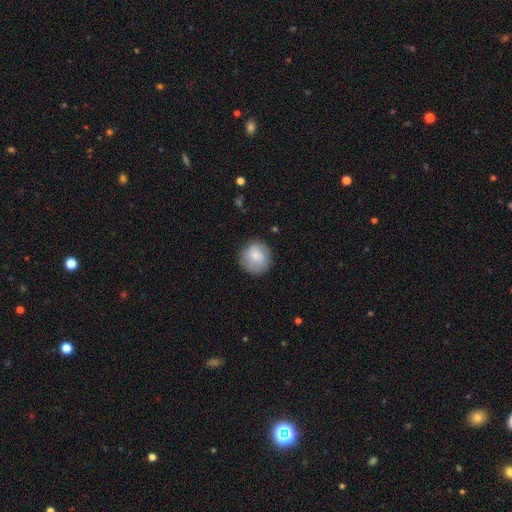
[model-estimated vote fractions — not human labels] Smooth or featured? smooth (74%)
How rounded? round (92%)
Merging? none (82%)